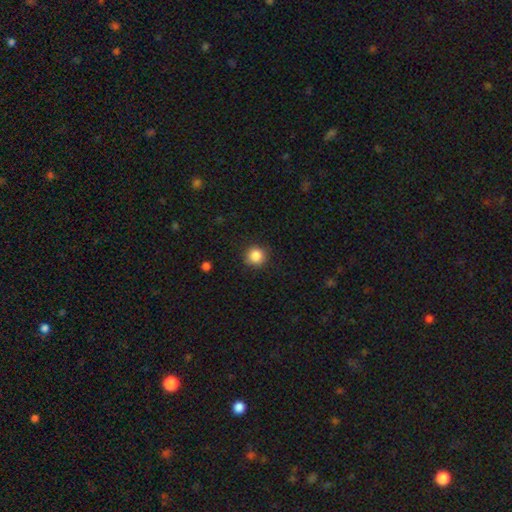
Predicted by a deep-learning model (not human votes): smooth_or_featured: smooth (p=0.86) [alt: star or artifact p=0.10]
how_rounded: round (p=0.93) [alt: in between p=0.06]
merging: none (p=0.89) [alt: minor disturbance p=0.07]